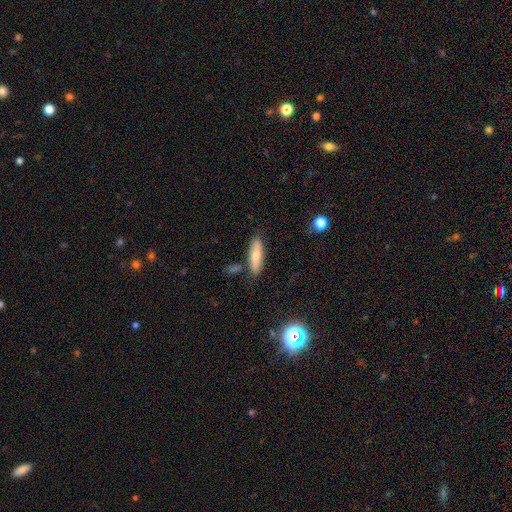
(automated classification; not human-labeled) Q: Smooth or featured?
A: smooth (72%); runner-up: featured or disk (21%)
Q: How rounded?
A: cigar-shaped (52%); runner-up: in between (45%)
Q: Merging?
A: none (79%); runner-up: minor disturbance (13%)